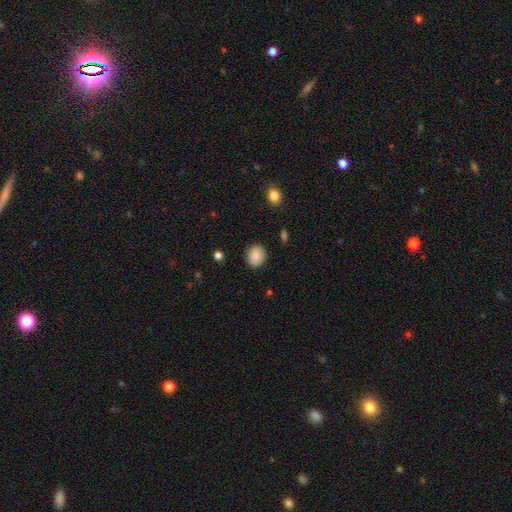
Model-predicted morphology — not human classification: This appears to be a smooth galaxy with no disk features (89%) that is round (61%). Merging: none (89%).